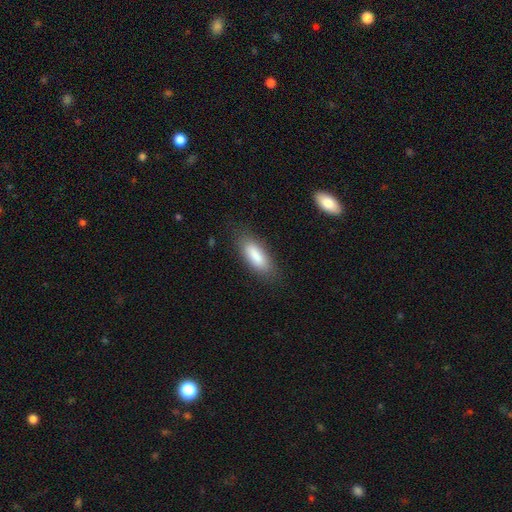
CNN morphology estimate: smooth 84%, featured or disk 9%, star or artifact 7%. Down the decision tree: how rounded — in between (67%); merging — none (81%).